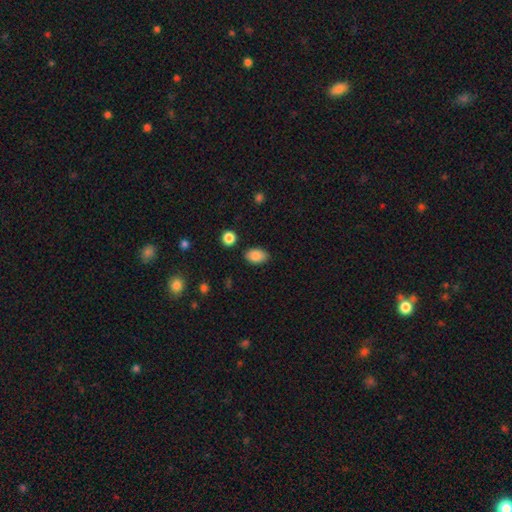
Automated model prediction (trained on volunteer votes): The model was most divided on "merging": none: 84%, minor disturbance: 11%, major disturbance: 3%, merger: 2%. More confident: how rounded — in between (88%); smooth or featured — smooth (87%).